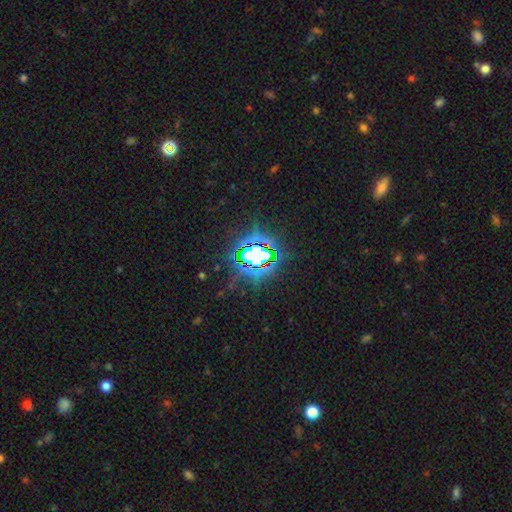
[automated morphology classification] star or artifact 79%, smooth 11%, featured or disk 10%.